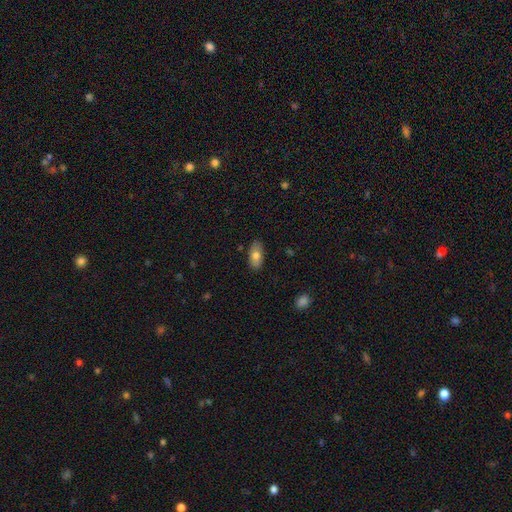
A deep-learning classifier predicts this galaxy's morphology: smooth_or_featured: smooth (p=0.74) [alt: featured or disk p=0.19]
how_rounded: in between (p=0.91) [alt: cigar-shaped p=0.06]
merging: none (p=0.86) [alt: minor disturbance p=0.11]